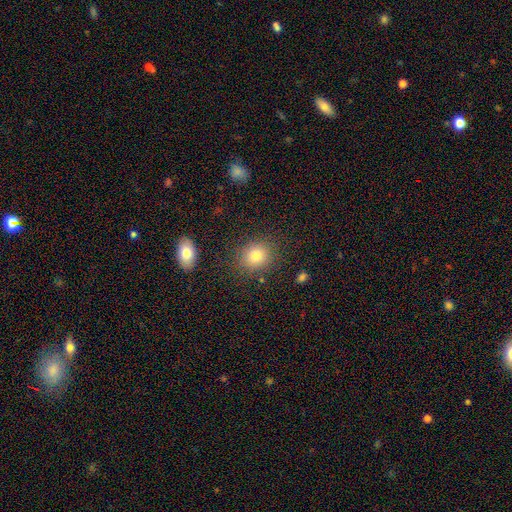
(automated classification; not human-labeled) Smooth or featured? Predicted: smooth (p=0.83). How rounded? Predicted: round (p=0.63). Merging? Predicted: none (p=0.83).